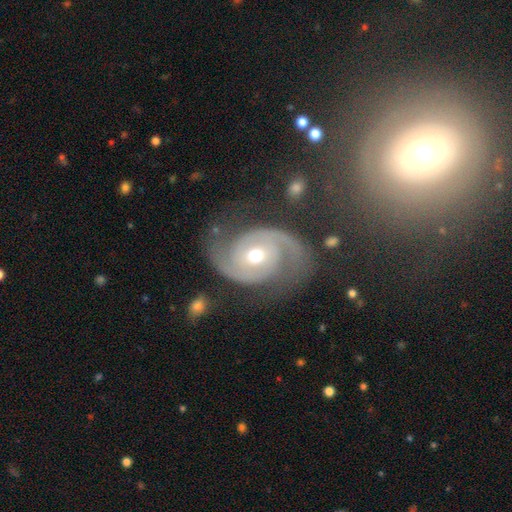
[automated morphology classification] Overall: featured or disk (92%). Edge-on disk: no (98%). Bar: no (60%; weak 29%). Spiral arms: yes (98%). Spiral arm count: 2 (93%). Spiral winding: medium (53%; tight 29%). Bulge size: moderate (68%). Merging: none (75%).